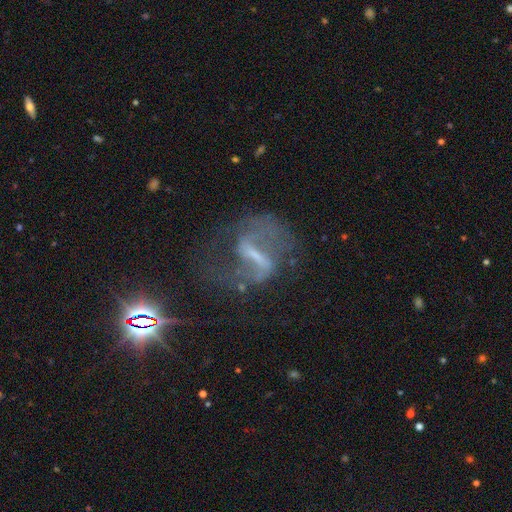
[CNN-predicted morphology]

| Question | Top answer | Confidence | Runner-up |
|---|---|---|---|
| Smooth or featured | featured or disk | 77% | star or artifact (13%) |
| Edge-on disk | no | 94% | yes (6%) |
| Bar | strong | 64% | weak (27%) |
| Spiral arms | yes | 80% | no (20%) |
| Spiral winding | loose | 47% | medium (40%) |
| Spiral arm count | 2 | 79% | can't tell (10%) |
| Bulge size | small | 38% | none (36%) |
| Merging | none | 50% | major disturbance (29%) |